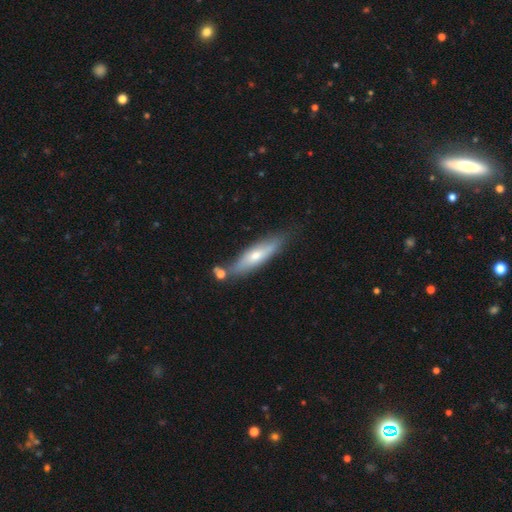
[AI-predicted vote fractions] smooth 52%, featured or disk 42%, star or artifact 6%. Down the decision tree: how rounded — cigar-shaped (71%); merging — none (72%).